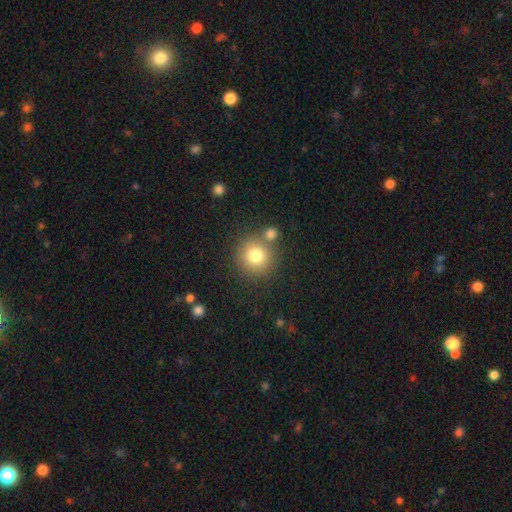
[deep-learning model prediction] Smooth or featured: smooth — 78% (star or artifact — 12%)
How rounded: round — 93% (in between — 6%)
Merging: none — 73% (merger — 15%)